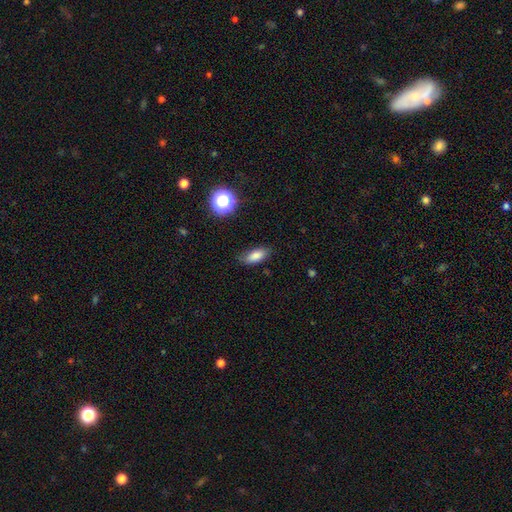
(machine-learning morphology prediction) The model was most divided on "merging": none: 76%, minor disturbance: 19%, major disturbance: 4%, merger: 1%. More confident: how rounded — in between (81%); smooth or featured — smooth (81%).